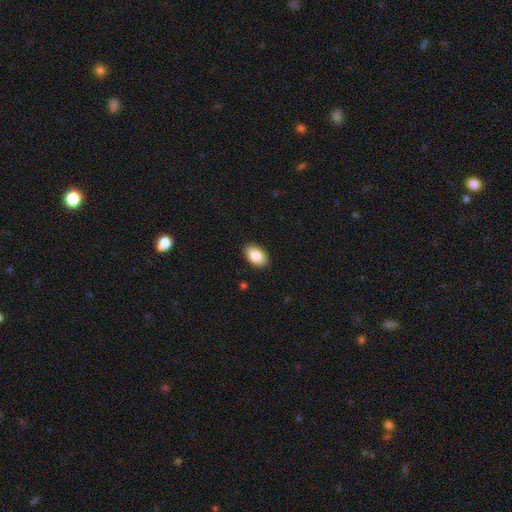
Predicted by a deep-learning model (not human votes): This is clearly a smooth galaxy (87%). How rounded: clearly in between (92%). Merging: clearly none (90%).